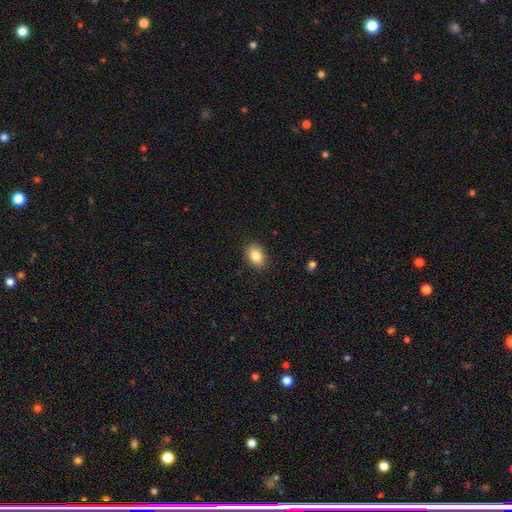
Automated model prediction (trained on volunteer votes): The model was most divided on "how rounded": in between: 75%, round: 24%, cigar-shaped: 1%. More confident: merging — none (89%); smooth or featured — smooth (85%).